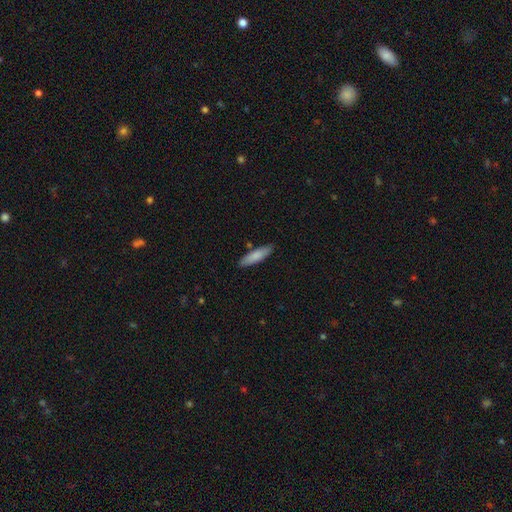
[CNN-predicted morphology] The model was most divided on "how rounded": cigar-shaped: 69%, in between: 29%, round: 1%. More confident: merging — none (84%); smooth or featured — smooth (83%).